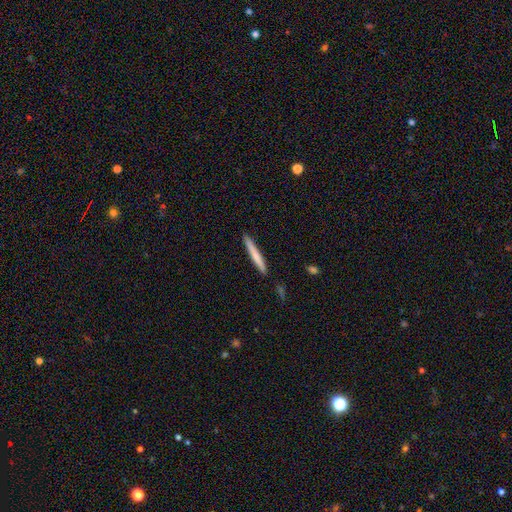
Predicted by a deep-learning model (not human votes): Smooth or featured? smooth (70%)
How rounded? cigar-shaped (96%)
Merging? none (90%)